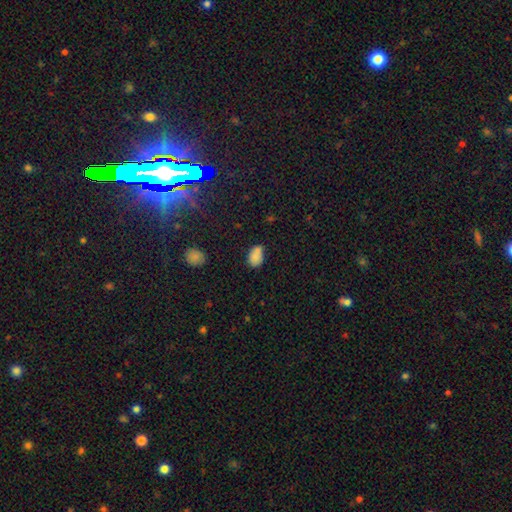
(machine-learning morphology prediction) Smooth or featured: smooth — 80% (star or artifact — 11%)
How rounded: in between — 83% (round — 16%)
Merging: none — 53% (minor disturbance — 26%)